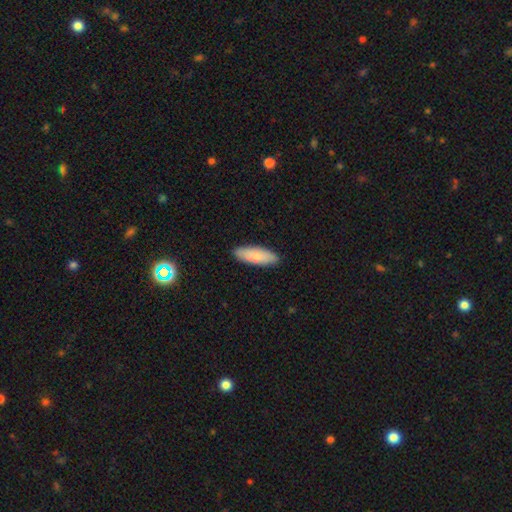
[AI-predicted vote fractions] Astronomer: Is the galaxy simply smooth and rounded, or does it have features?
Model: smooth — 83%.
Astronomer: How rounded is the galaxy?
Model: in between — 63%.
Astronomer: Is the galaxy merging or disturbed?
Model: none — 88%.